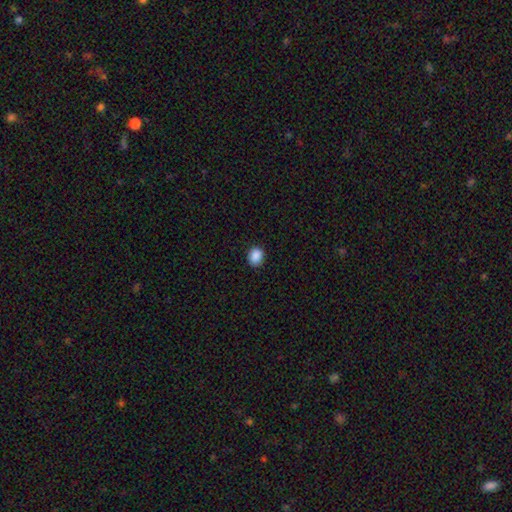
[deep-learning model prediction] Smooth or featured? smooth (89%)
How rounded? round (57%)
Merging? none (89%)